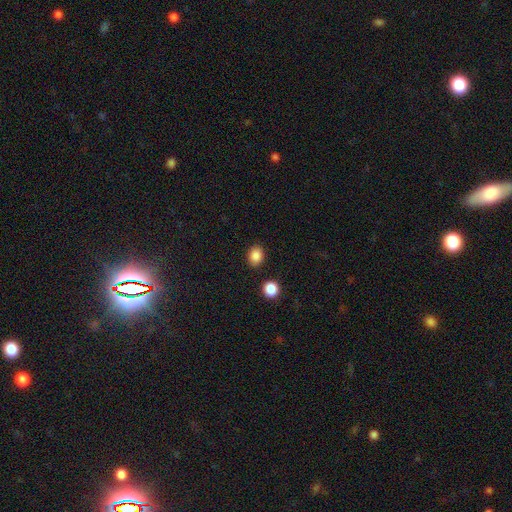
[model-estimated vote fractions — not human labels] smooth_or_featured: smooth (p=0.86) [alt: star or artifact p=0.10]
how_rounded: round (p=0.50) [alt: in between p=0.49]
merging: none (p=0.86) [alt: minor disturbance p=0.08]